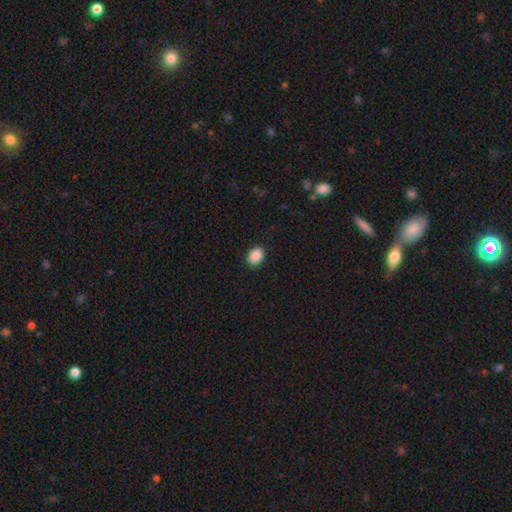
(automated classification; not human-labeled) Smooth or featured? smooth (90%)
How rounded? in between (66%)
Merging? none (89%)